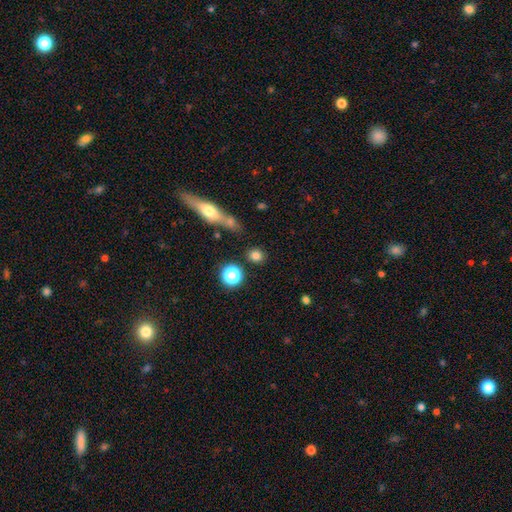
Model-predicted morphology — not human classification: smooth 79%, star or artifact 14%, featured or disk 7%. Down the decision tree: how rounded — round (74%); merging — none (80%).